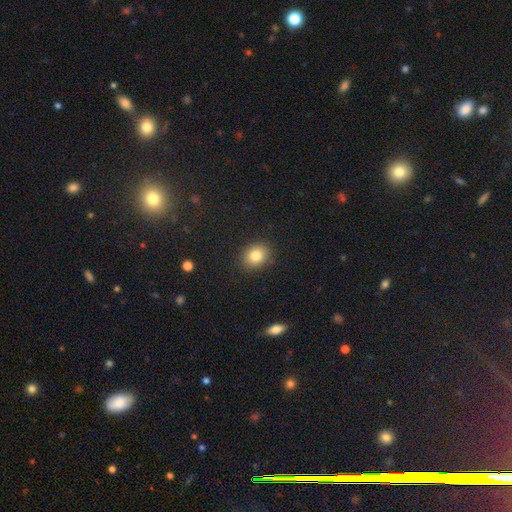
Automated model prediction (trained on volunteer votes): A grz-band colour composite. It shows a smooth galaxy with no disk features (82%) that is round (56%). Merging: none (88%).